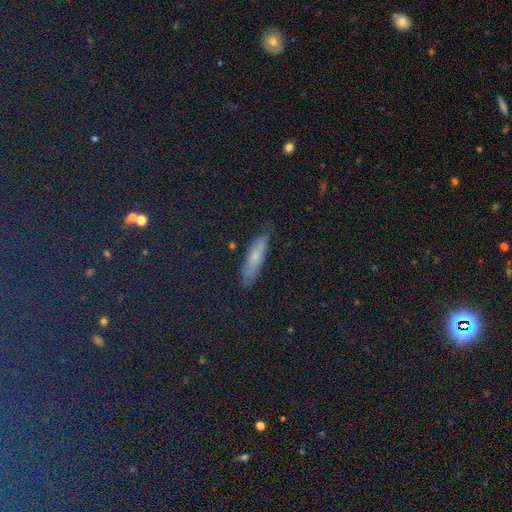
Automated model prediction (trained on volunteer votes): smooth_or_featured: smooth (p=0.57) [alt: featured or disk p=0.24]
how_rounded: cigar-shaped (p=0.60) [alt: in between p=0.35]
merging: none (p=0.81) [alt: minor disturbance p=0.15]